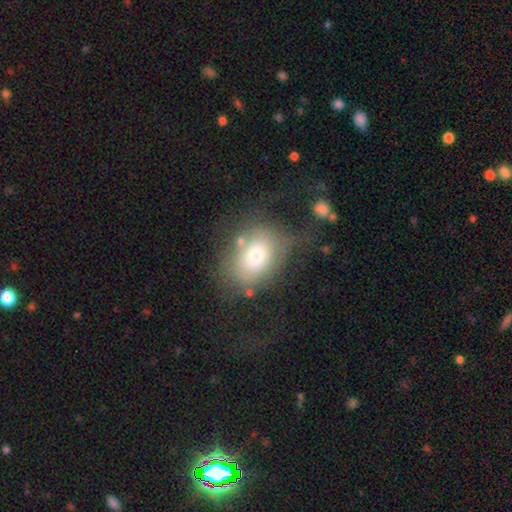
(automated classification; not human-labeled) The model was most divided on "merging": none: 49%, minor disturbance: 24%, major disturbance: 21%, merger: 6%. More confident: how rounded — in between (66%); smooth or featured — smooth (64%).